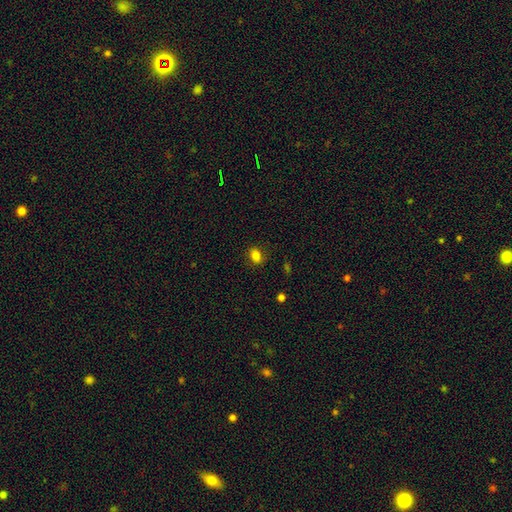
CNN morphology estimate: Smooth or featured: smooth — 82% (star or artifact — 12%)
How rounded: in between — 70% (round — 28%)
Merging: none — 84% (minor disturbance — 12%)